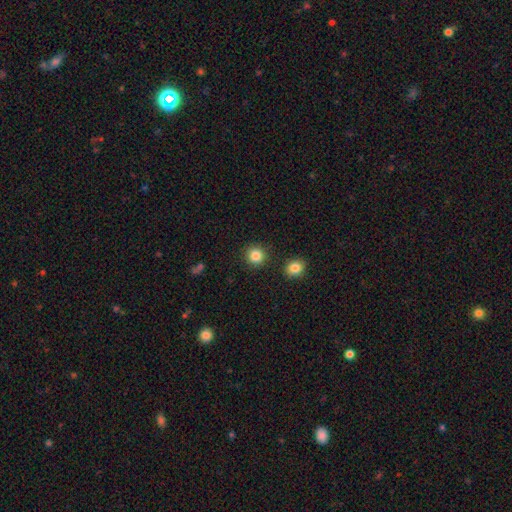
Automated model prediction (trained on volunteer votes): Smooth or featured? Predicted: smooth (p=0.85). How rounded? Predicted: round (p=0.93). Merging? Predicted: none (p=0.90).